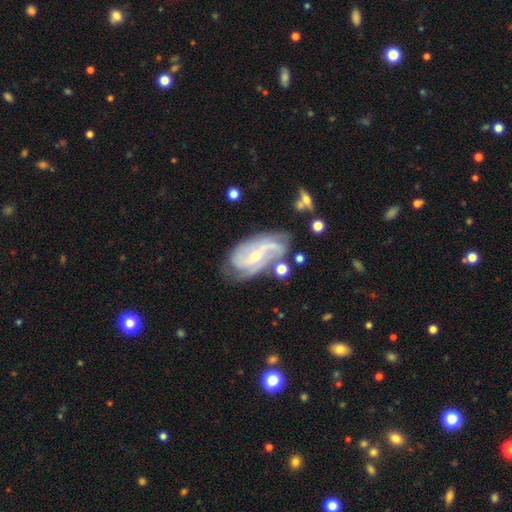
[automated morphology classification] This is clearly a featured or disk galaxy (87%). It is clearly not viewed edge-on (96%). Bar: marginally weak (39%, tied with no). Spiral arm pattern: clearly yes (96%). Spiral arm count: possibly 2 (49%). Spiral winding: marginally medium (44%). Central bulge: likely small (63%). Merging: likely none (61%).